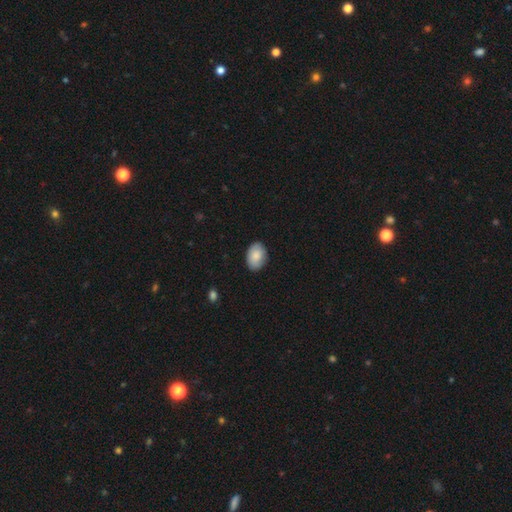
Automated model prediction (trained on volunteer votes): This appears to be a smooth galaxy with no disk features (86%) that is in between round and cigar-shaped (84%). Merging: none (86%).